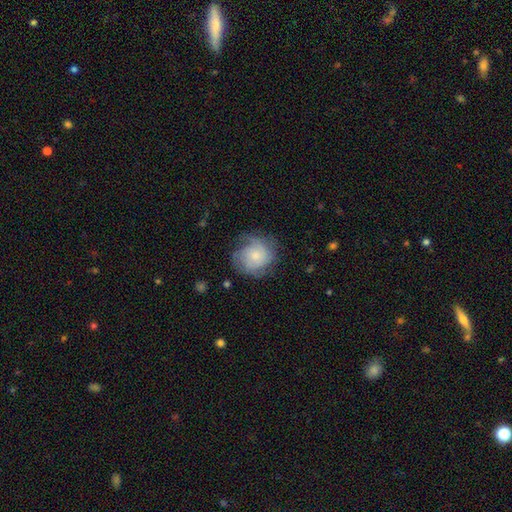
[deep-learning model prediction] The model was most divided on "smooth or featured": featured or disk: 48%, smooth: 44%, star or artifact: 8%. More confident: merging — none (62%).